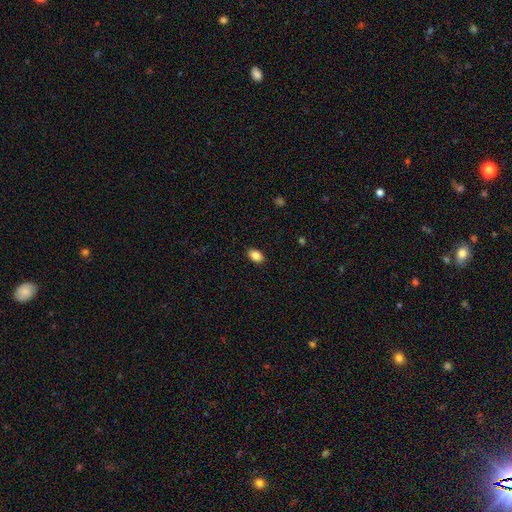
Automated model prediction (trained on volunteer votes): Smooth or featured: smooth — 86% (star or artifact — 8%)
How rounded: in between — 86% (round — 13%)
Merging: none — 89% (minor disturbance — 9%)